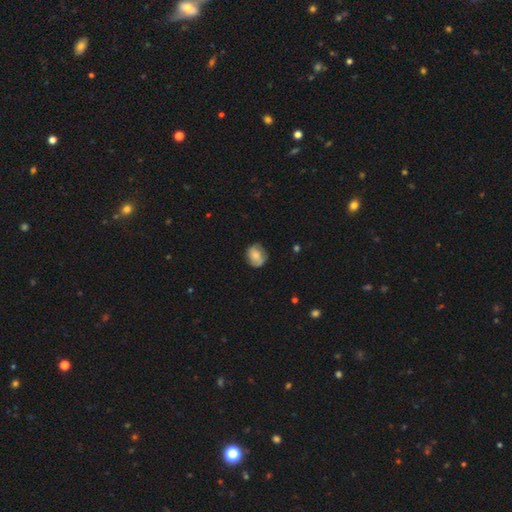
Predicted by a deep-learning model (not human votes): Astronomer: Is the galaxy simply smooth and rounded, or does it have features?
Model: smooth — 69%.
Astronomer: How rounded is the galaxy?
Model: round — 61% (runner-up: in between, 38%).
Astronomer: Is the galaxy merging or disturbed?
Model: none — 67%.